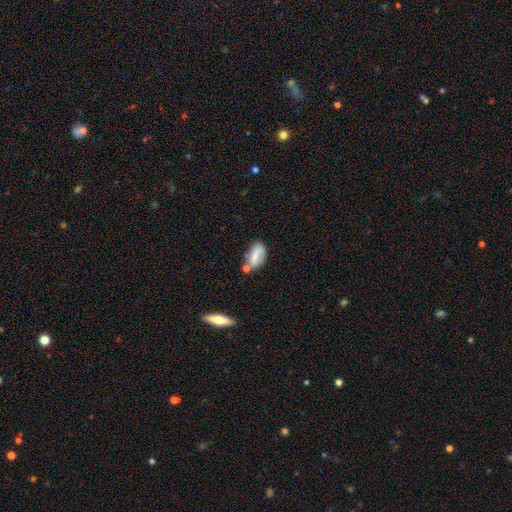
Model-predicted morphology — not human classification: The model was most divided on "merging": none: 50%, minor disturbance: 24%, merger: 18%, major disturbance: 8%. More confident: how rounded — in between (88%); smooth or featured — smooth (70%).